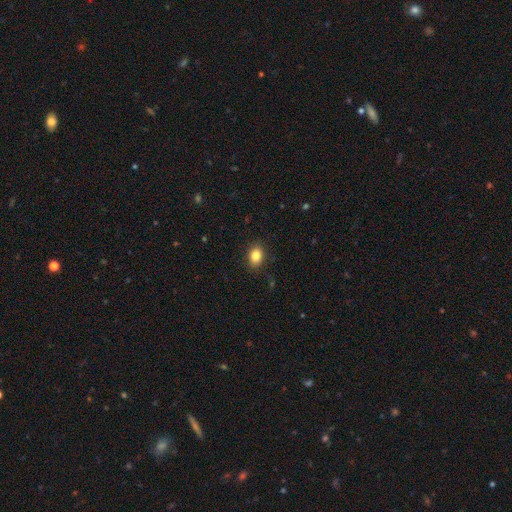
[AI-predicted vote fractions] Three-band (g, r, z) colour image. It shows a smooth galaxy with no disk features (85%) that is in between round and cigar-shaped (71%). Merging: none (88%).